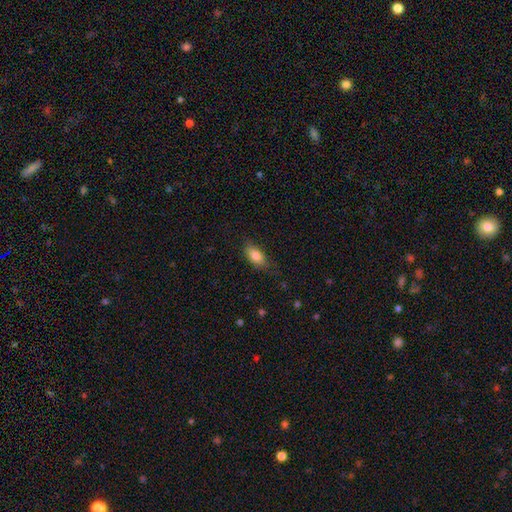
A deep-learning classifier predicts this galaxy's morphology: smooth_or_featured: smooth (p=0.82) [alt: featured or disk p=0.11]
how_rounded: in between (p=0.87) [alt: cigar-shaped p=0.08]
merging: none (p=0.74) [alt: minor disturbance p=0.20]